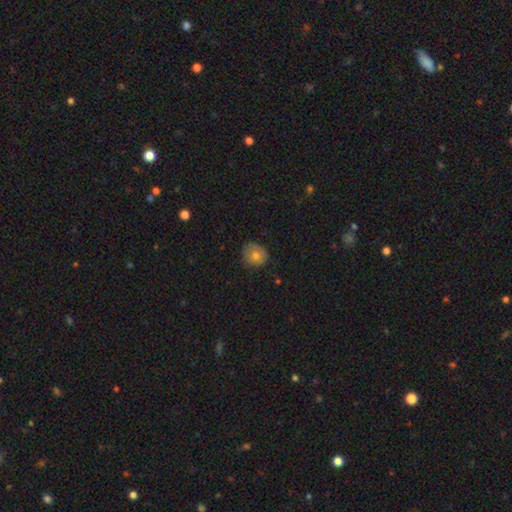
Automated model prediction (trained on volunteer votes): A smooth galaxy with no disk features (74%) that is round (85%). Merging: none (77%).